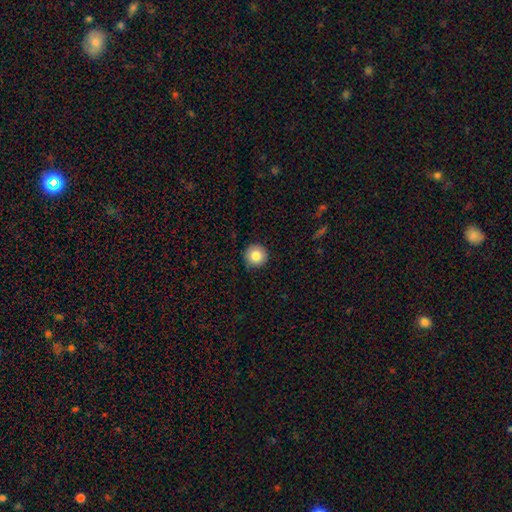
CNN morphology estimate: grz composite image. It shows a smooth galaxy with no disk features (83%) that is round (96%). Merging: none (91%).